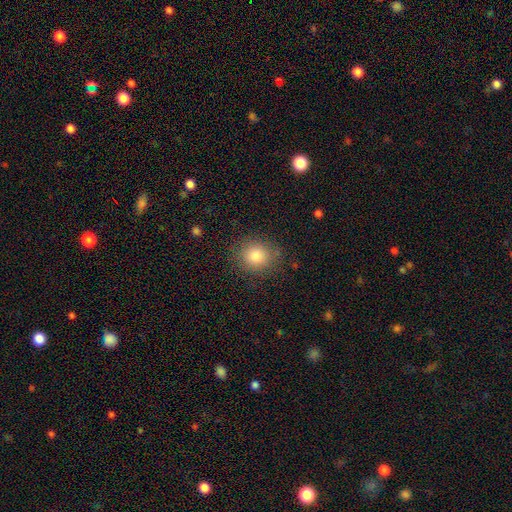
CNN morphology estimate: The model was most divided on "how rounded": round: 78%, in between: 21%, cigar-shaped: 1%. More confident: merging — none (86%); smooth or featured — smooth (80%).